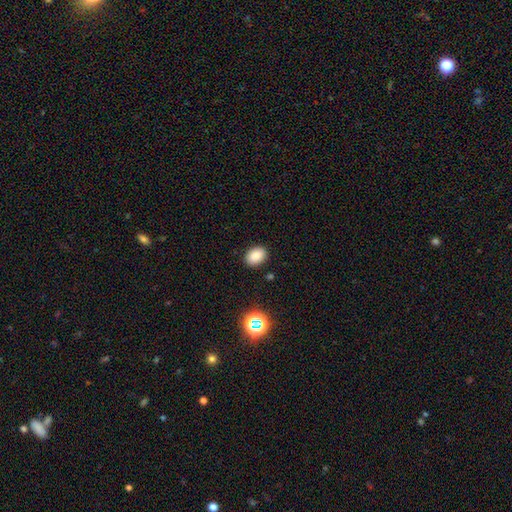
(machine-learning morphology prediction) Overall: smooth (84%). How rounded: in between (76%). Merging: none (88%).